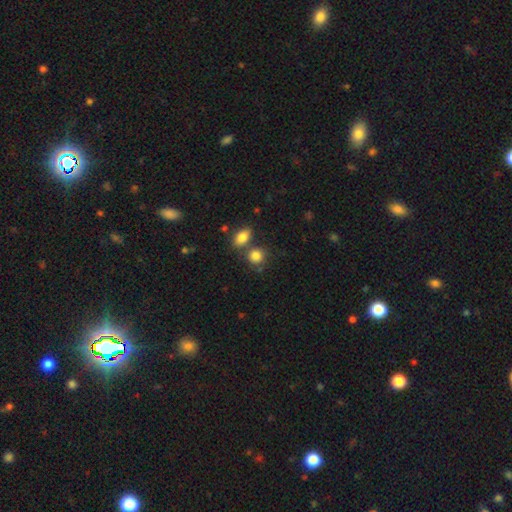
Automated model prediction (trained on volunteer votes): A smooth galaxy with no disk features (84%) that is round (71%). Merging: none (60%).